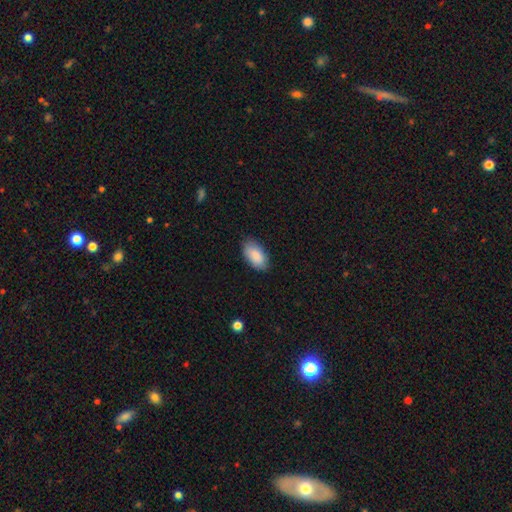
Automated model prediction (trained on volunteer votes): Smooth or featured?
  - smooth: 88% *
  - featured or disk: 6%
  - star or artifact: 6%
How rounded?
  - in between: 94% *
  - round: 3%
  - cigar-shaped: 3%
Merging?
  - none: 84% *
  - minor disturbance: 13%
  - major disturbance: 2%
  - merger: 1%